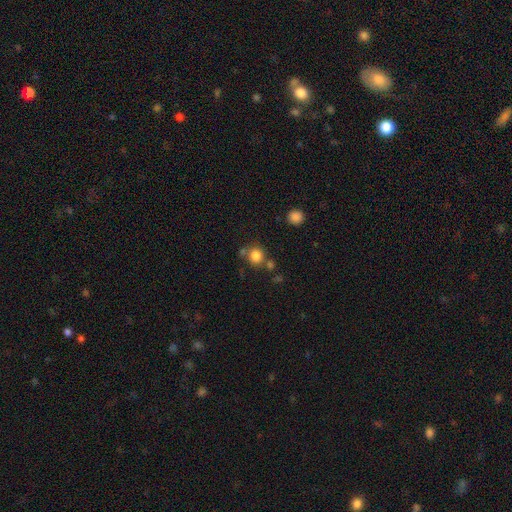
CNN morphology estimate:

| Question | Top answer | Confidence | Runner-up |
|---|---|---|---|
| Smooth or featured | smooth | 82% | star or artifact (12%) |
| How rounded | round | 89% | in between (10%) |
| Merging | none | 69% | merger (16%) |